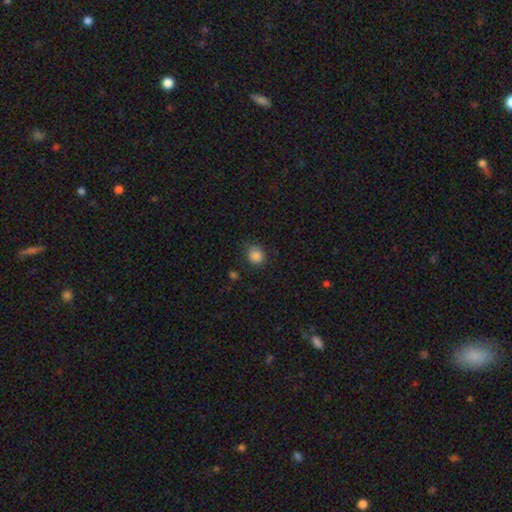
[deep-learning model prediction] The model was most divided on "how rounded": round: 75%, in between: 25%, cigar-shaped: 1%. More confident: smooth or featured — smooth (85%); merging — none (75%).